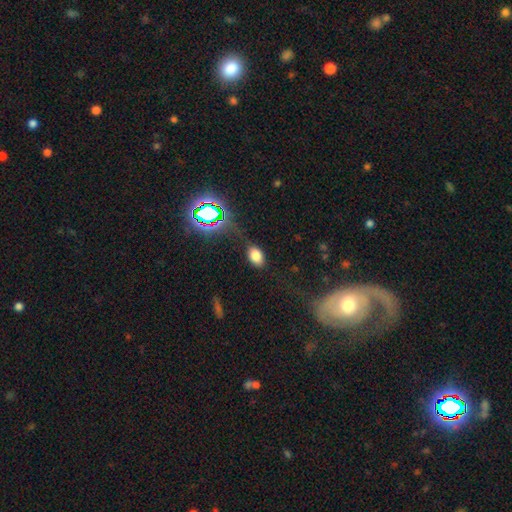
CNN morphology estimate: Smooth or featured: smooth — 77% (star or artifact — 15%)
How rounded: in between — 83% (round — 15%)
Merging: none — 74% (minor disturbance — 16%)